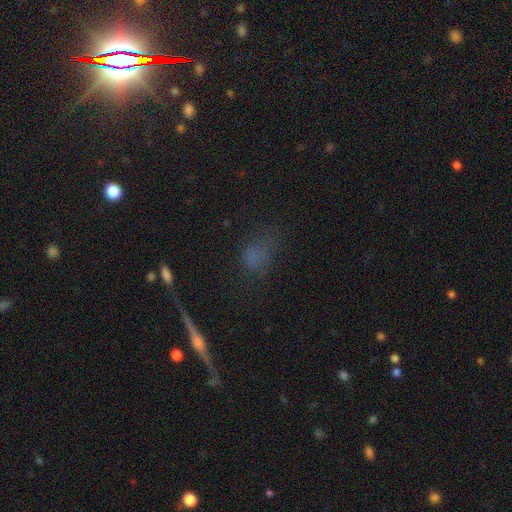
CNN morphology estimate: A smooth galaxy with no disk features (48%). Merging: none (56%).